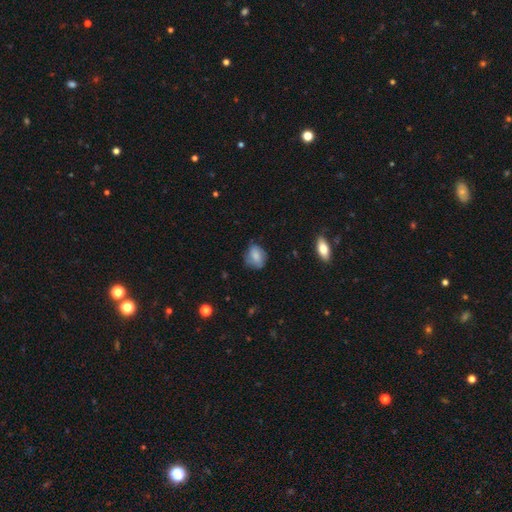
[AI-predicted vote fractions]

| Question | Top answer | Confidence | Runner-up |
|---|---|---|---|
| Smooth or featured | smooth | 72% | featured or disk (20%) |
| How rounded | in between | 57% | round (41%) |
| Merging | none | 62% | minor disturbance (29%) |